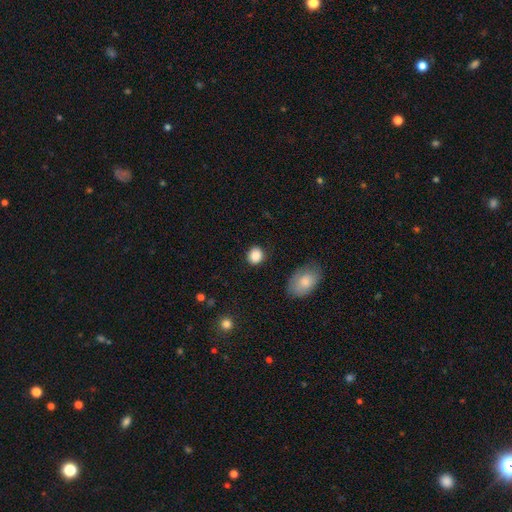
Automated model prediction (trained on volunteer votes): A smooth galaxy with no disk features (87%) that is round (74%). Merging: none (86%).